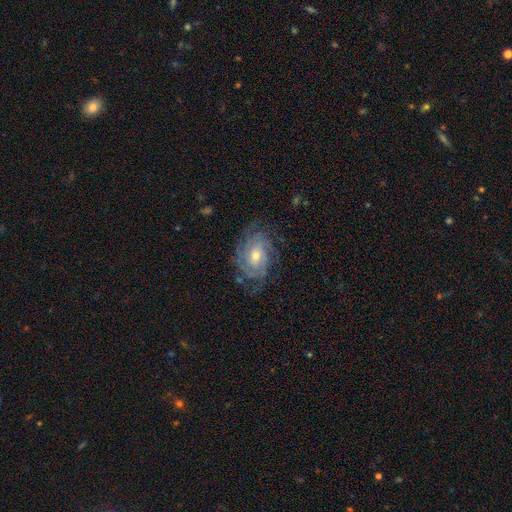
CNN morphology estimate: featured or disk 80%, smooth 13%, star or artifact 7%. Down the decision tree: edge-on disk — no (96%); bar — no (63%); spiral arms — yes (93%); spiral arm count — can't tell (42%); spiral winding — tight (68%); bulge size — moderate (57%); merging — none (71%).